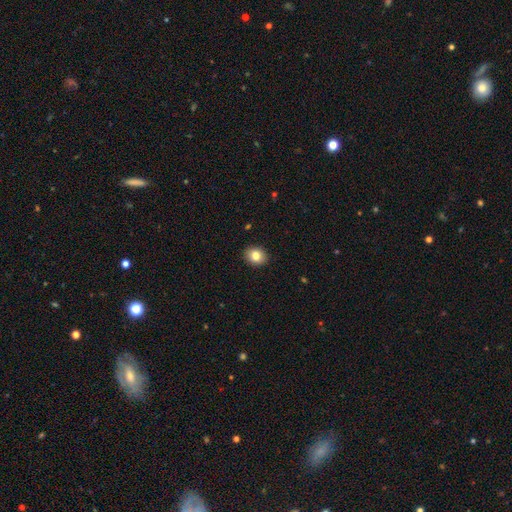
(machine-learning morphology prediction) Overall: smooth (83%). How rounded: round (57%; in between 42%). Merging: none (91%).